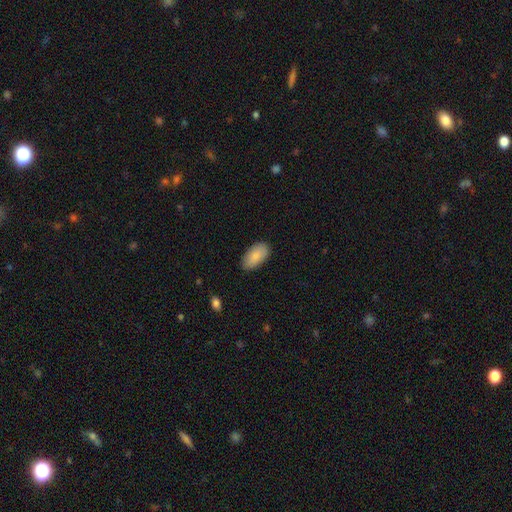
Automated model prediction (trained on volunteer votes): A smooth galaxy with no disk features (87%) that is in between round and cigar-shaped (95%).

Vote fractions:
- Smooth or featured? smooth: 87% / featured or disk: 7% / star or artifact: 6%
- How rounded? in between: 95% / round: 3% / cigar-shaped: 3%
- Merging? none: 86% / minor disturbance: 11% / major disturbance: 2% / merger: 1%